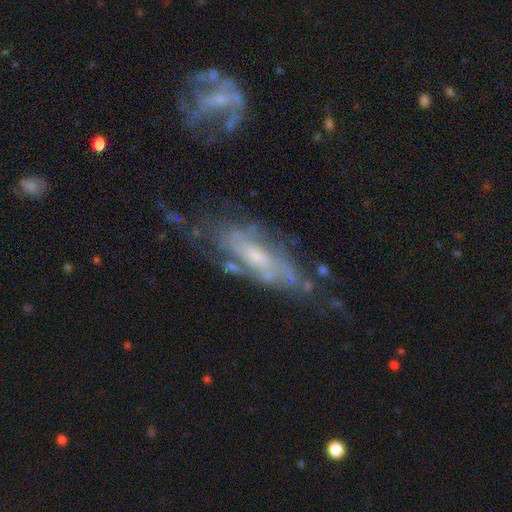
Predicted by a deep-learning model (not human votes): This is likely a featured or disk galaxy (75%). It is clearly not viewed edge-on (82%). Bar: possibly no (57%). Spiral arm pattern: likely yes (74%). Central bulge: possibly small (46%). Merging: possibly none (55%).